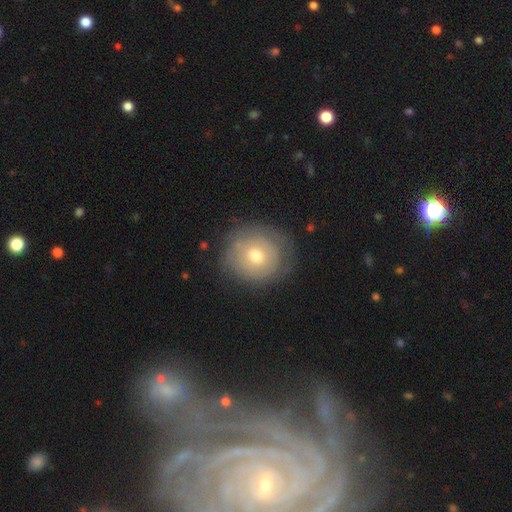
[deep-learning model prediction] Morphology: type=smooth (53%); roundness=round (90%); merging=none (75%).